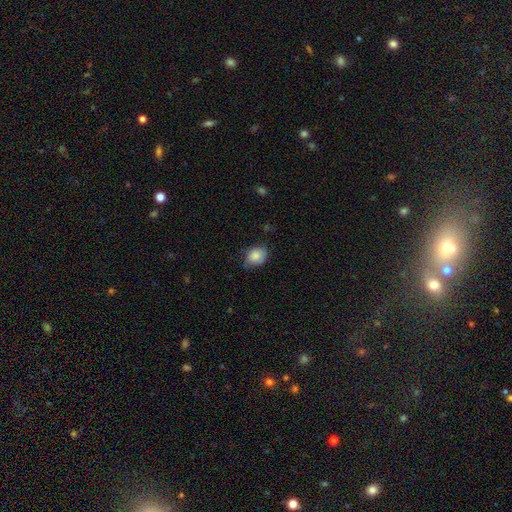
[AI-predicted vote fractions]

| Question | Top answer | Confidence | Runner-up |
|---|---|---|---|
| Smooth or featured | smooth | 85% | star or artifact (8%) |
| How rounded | in between | 52% | round (47%) |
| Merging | none | 63% | minor disturbance (30%) |